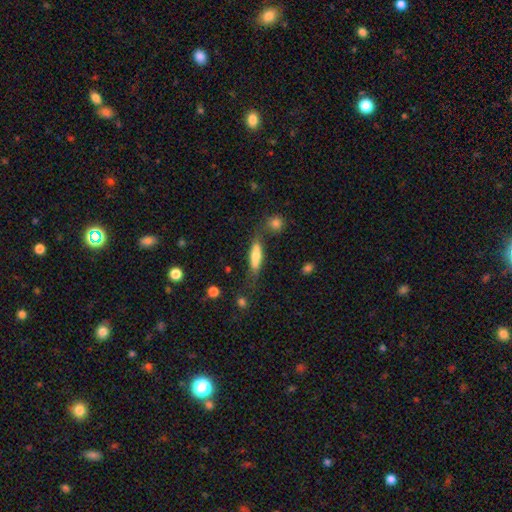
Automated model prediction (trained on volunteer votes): This appears to be a smooth galaxy with no disk features (68%) that is cigar-shaped (64%). Merging: none (61%).